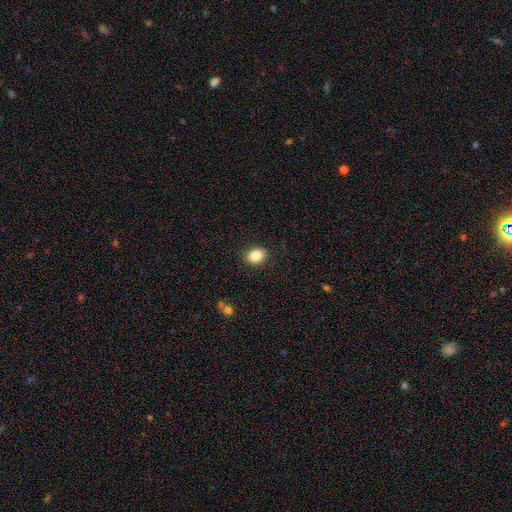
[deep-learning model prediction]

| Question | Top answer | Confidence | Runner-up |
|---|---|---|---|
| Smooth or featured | smooth | 85% | star or artifact (9%) |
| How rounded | in between | 59% | round (40%) |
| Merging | none | 89% | minor disturbance (8%) |